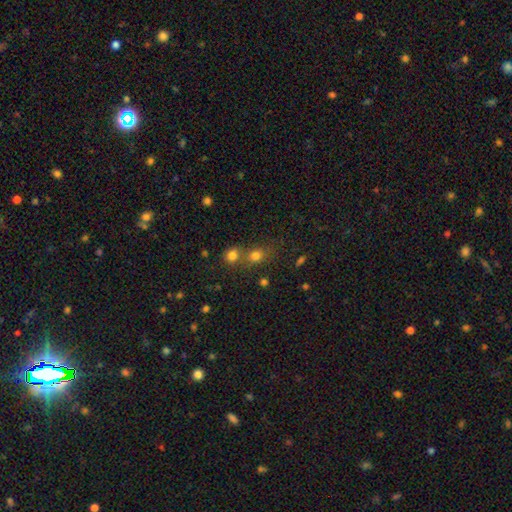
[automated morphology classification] smooth 75%, star or artifact 16%, featured or disk 9%. Down the decision tree: how rounded — round (61%); merging — none (48%).